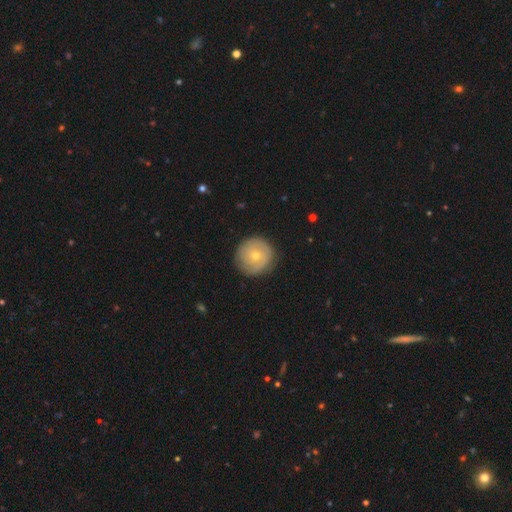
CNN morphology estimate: The model was most divided on "smooth or featured": featured or disk: 54%, smooth: 40%, star or artifact: 7%. More confident: edge-on disk — no (97%); merging — none (85%); bar — no (83%); spiral arms — yes (72%); bulge size — small (68%).